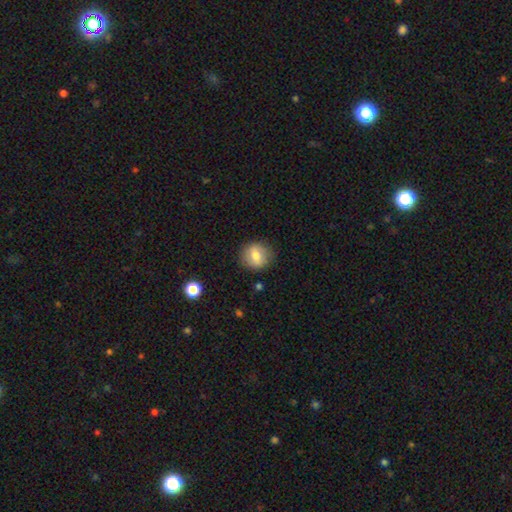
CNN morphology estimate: smooth-or-featured: smooth: 73% | featured or disk: 19% | star or artifact: 8%
  how-rounded: round: 79% | in between: 20% | cigar-shaped: 1%
  merging: none: 84% | minor disturbance: 11% | major disturbance: 3% | merger: 1%